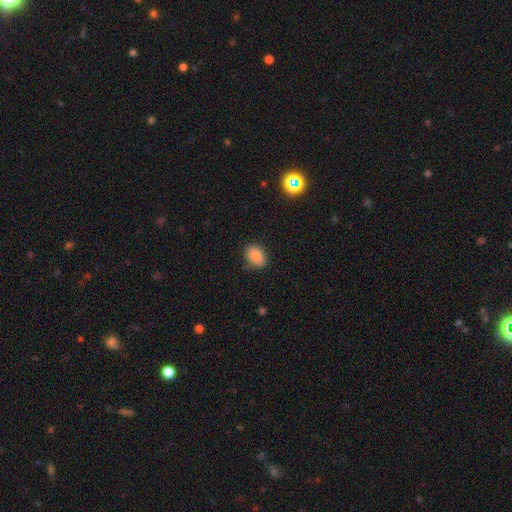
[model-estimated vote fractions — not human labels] Overall: smooth (85%). How rounded: in between (80%). Merging: none (75%).